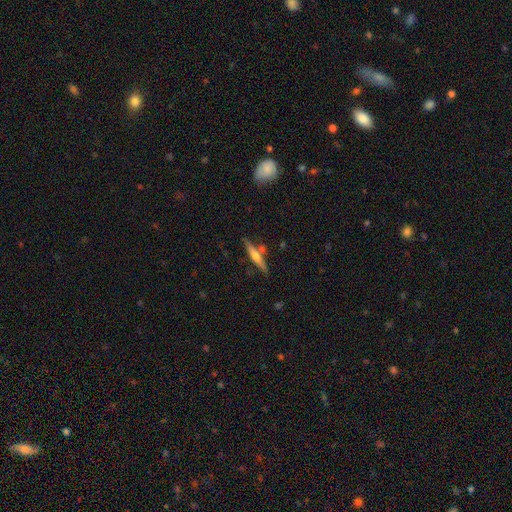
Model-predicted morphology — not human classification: Smooth or featured: featured or disk — 59% (smooth — 35%)
Edge-on disk: yes — 96% (no — 4%)
Edge-on bulge: rounded — 82% (none — 11%)
Merging: none — 77% (minor disturbance — 12%)